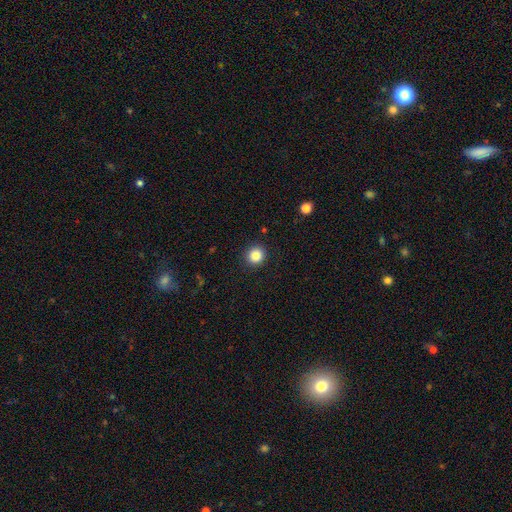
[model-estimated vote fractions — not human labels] Q: Smooth or featured?
A: smooth (86%); runner-up: star or artifact (10%)
Q: How rounded?
A: round (91%); runner-up: in between (8%)
Q: Merging?
A: none (91%); runner-up: minor disturbance (6%)